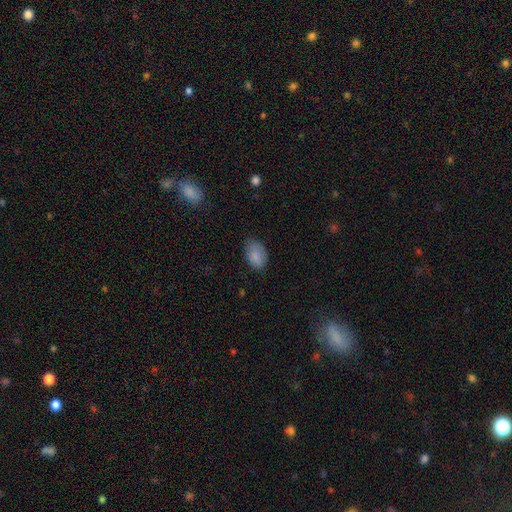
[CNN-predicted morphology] A smooth galaxy with no disk features (86%) that is in between round and cigar-shaped (87%). Merging: none (74%).